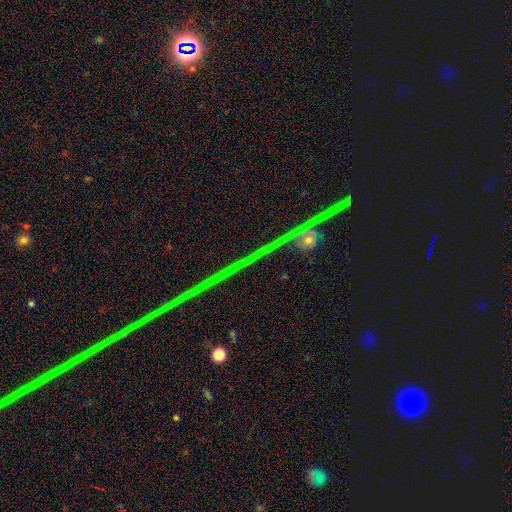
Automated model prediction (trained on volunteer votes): star or artifact 82%, featured or disk 10%, smooth 8%.